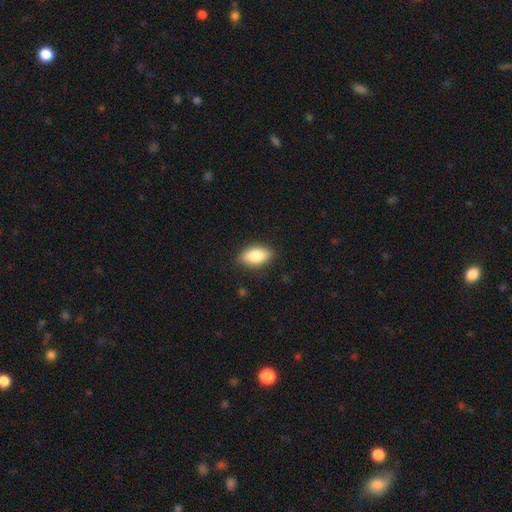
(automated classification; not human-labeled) Smooth or featured? Predicted: smooth (p=0.80). How rounded? Predicted: in between (p=0.90). Merging? Predicted: none (p=0.85).